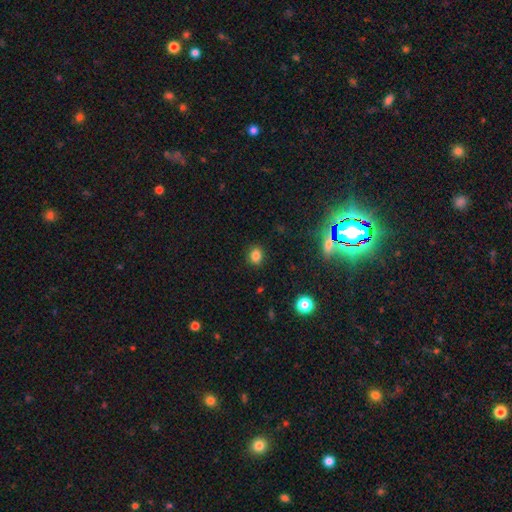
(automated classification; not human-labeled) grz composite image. It shows a smooth galaxy with no disk features (81%) that is round (59%). Merging: none (88%).